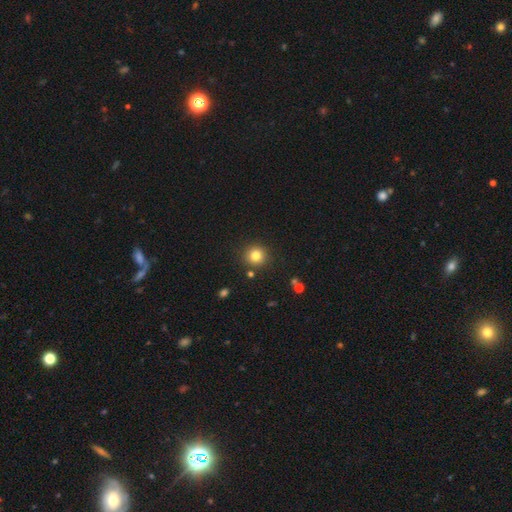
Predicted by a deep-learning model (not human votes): Morphology: type=smooth (81%); roundness=round (93%); merging=none (88%).